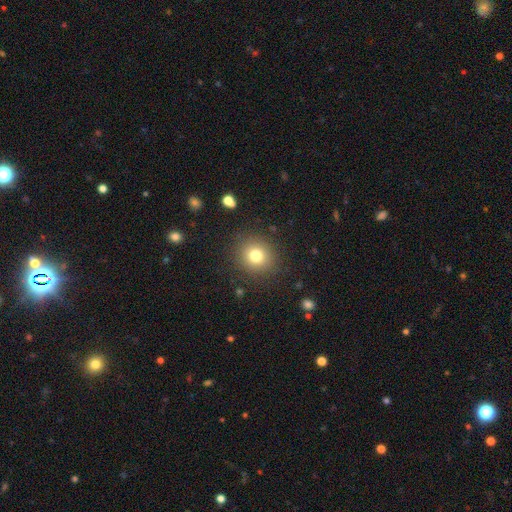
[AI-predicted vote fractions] Overall: smooth (78%). How rounded: round (87%). Merging: none (88%).